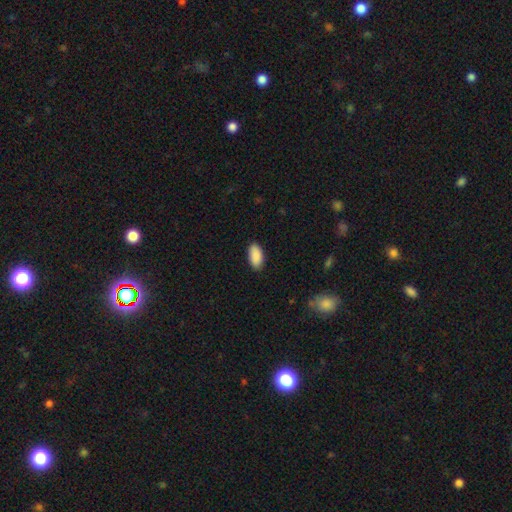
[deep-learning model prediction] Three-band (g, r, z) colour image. It shows a smooth galaxy with no disk features (91%) that is in between round and cigar-shaped (93%). Merging: none (87%).